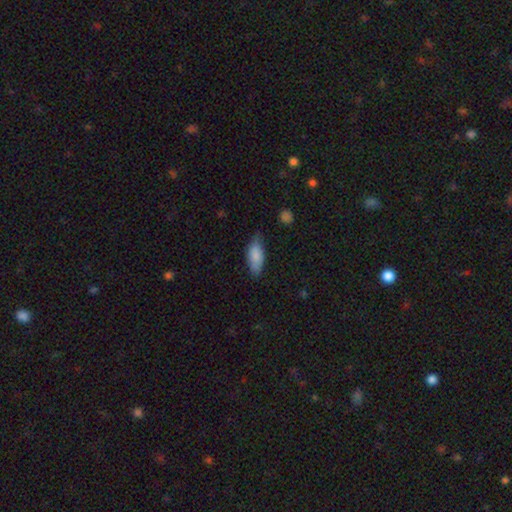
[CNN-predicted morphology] smooth-or-featured: smooth: 83% | featured or disk: 11% | star or artifact: 6%
  how-rounded: in between: 81% | cigar-shaped: 17% | round: 2%
  merging: none: 64% | minor disturbance: 29% | major disturbance: 5% | merger: 2%